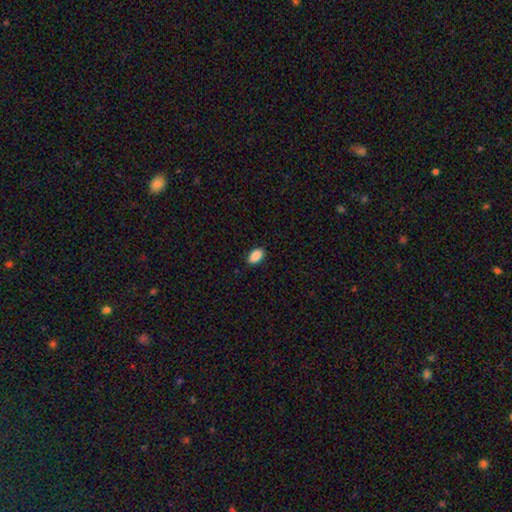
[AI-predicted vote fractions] smooth 90%, star or artifact 8%, featured or disk 3%. Down the decision tree: how rounded — in between (92%); merging — none (88%).